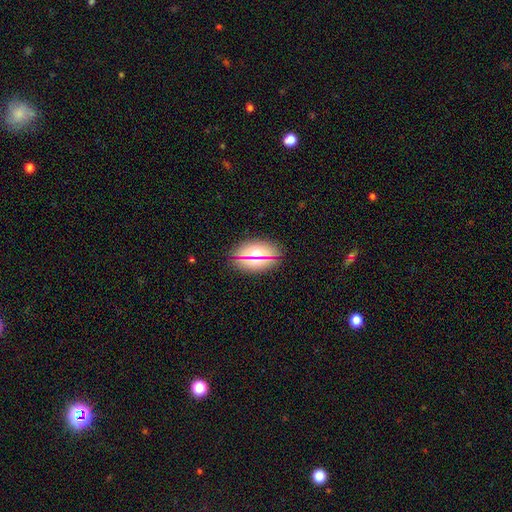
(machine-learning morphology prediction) Smooth or featured: smooth — 64% (featured or disk — 19%)
How rounded: in between — 80% (round — 16%)
Merging: none — 86% (minor disturbance — 10%)